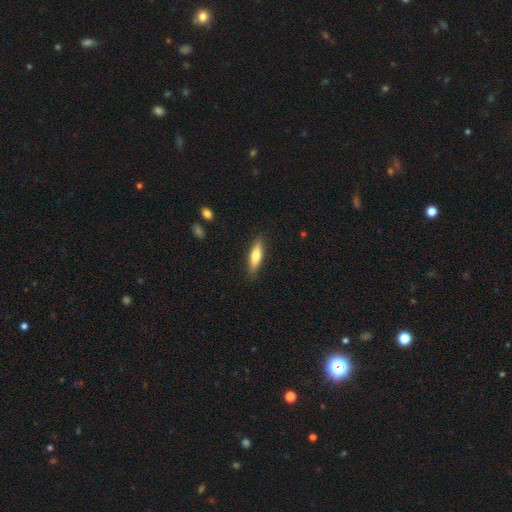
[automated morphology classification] A smooth galaxy with no disk features (65%) that is cigar-shaped (62%). Merging: none (88%).